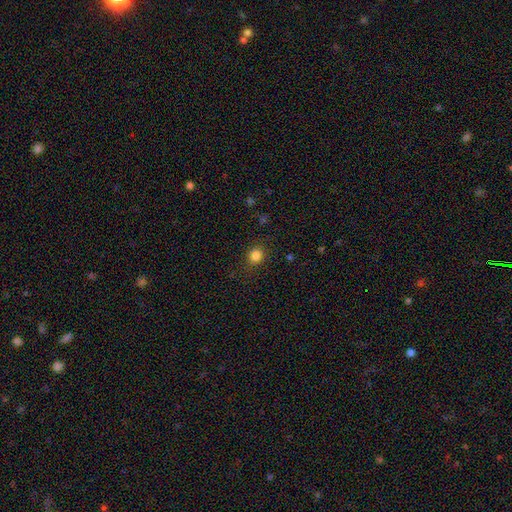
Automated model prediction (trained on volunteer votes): Morphology: type=smooth (83%); roundness=round (81%); merging=none (86%).